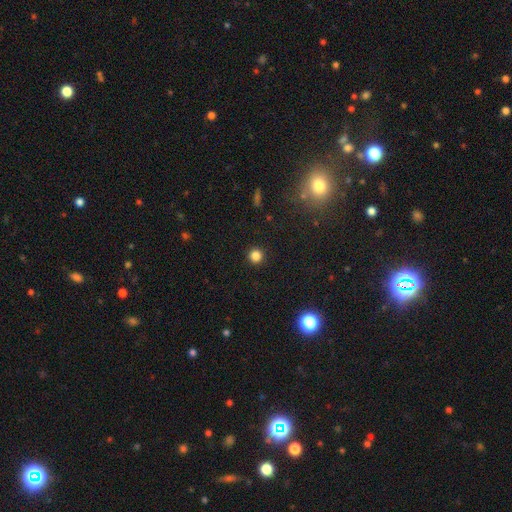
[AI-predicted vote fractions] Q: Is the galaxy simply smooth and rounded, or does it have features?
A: smooth — 83%.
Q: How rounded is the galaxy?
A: round — 96%.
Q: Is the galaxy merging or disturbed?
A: none — 93%.